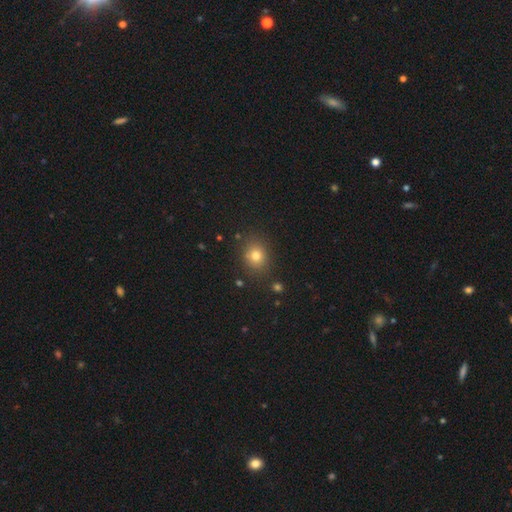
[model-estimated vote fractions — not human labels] Smooth or featured? smooth (77%)
How rounded? round (68%)
Merging? none (83%)